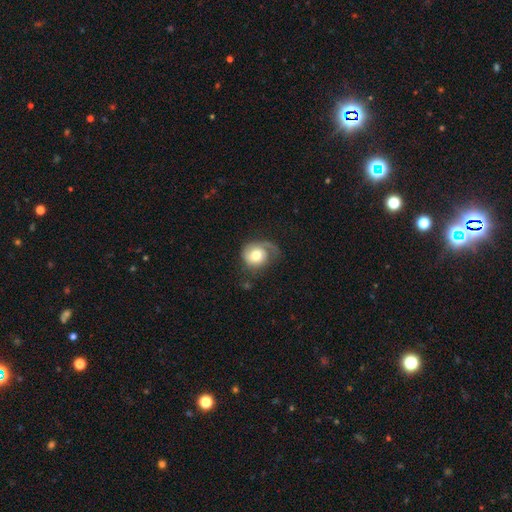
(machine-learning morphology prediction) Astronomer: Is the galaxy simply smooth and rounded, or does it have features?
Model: smooth — 50% (runner-up: featured or disk, 43%).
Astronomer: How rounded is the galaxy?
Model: round — 73%.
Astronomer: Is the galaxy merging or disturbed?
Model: none — 44% (runner-up: major disturbance, 28%).